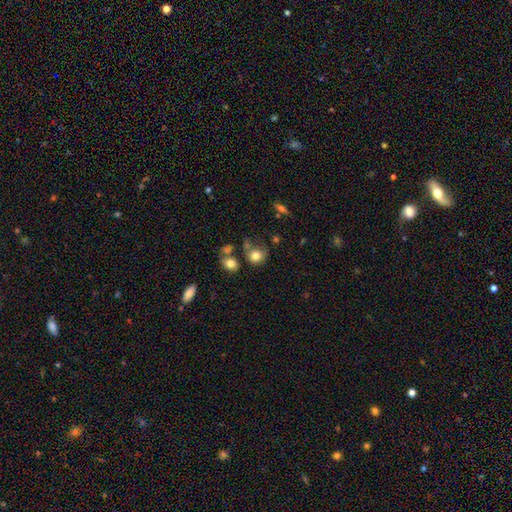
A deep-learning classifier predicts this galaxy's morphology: This appears to be a smooth galaxy with no disk features (80%) that is round (72%). Merging: none (57%).